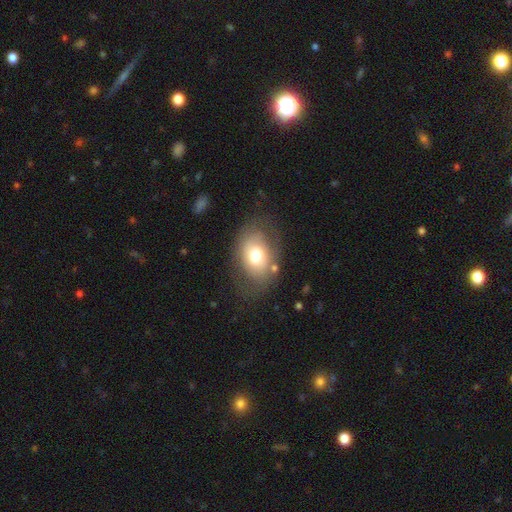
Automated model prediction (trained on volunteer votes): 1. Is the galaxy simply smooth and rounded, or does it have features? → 66% smooth, 25% featured or disk, 9% star or artifact.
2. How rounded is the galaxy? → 79% in between, 20% round, 1% cigar-shaped.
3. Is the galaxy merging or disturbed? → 69% none, 18% minor disturbance, 10% major disturbance, 3% merger.